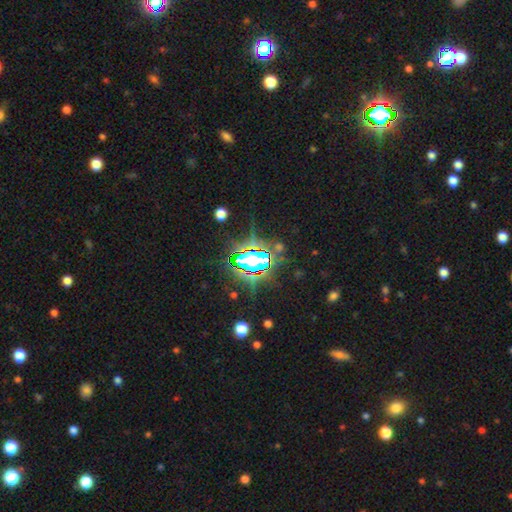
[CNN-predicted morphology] smooth_or_featured: star or artifact (p=0.80) [alt: smooth p=0.12]